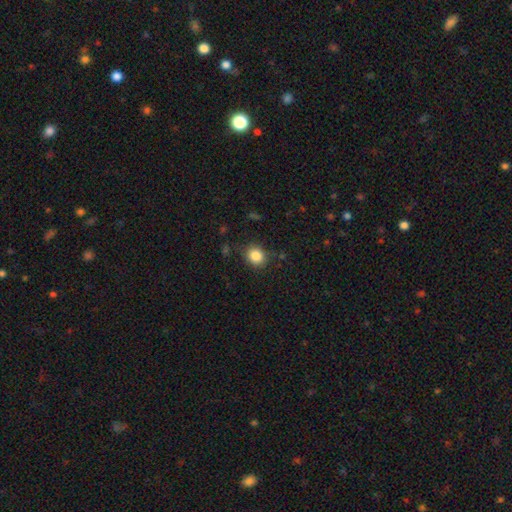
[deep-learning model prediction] This is clearly a smooth galaxy (85%). How rounded: likely round (73%). Merging: clearly none (84%).